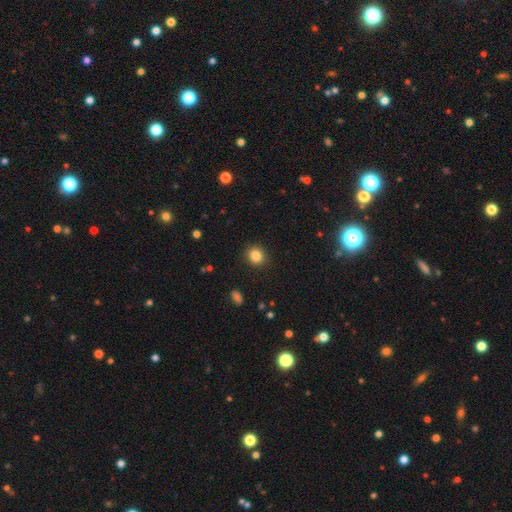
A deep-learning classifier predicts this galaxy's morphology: Overall: smooth (85%). How rounded: round (75%). Merging: none (90%).